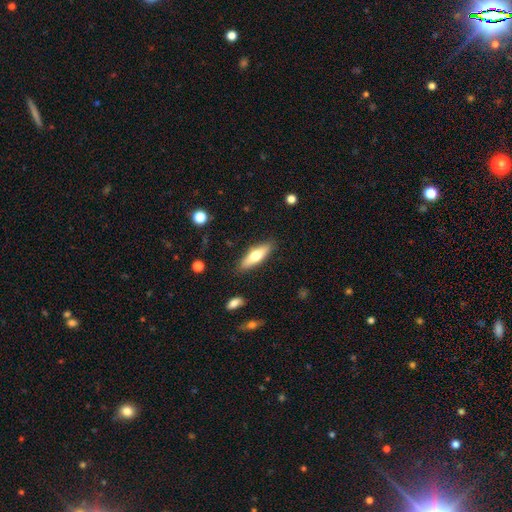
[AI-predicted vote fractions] Overall: smooth (62%; featured or disk 32%). How rounded: cigar-shaped (52%; in between 46%). Merging: none (87%).